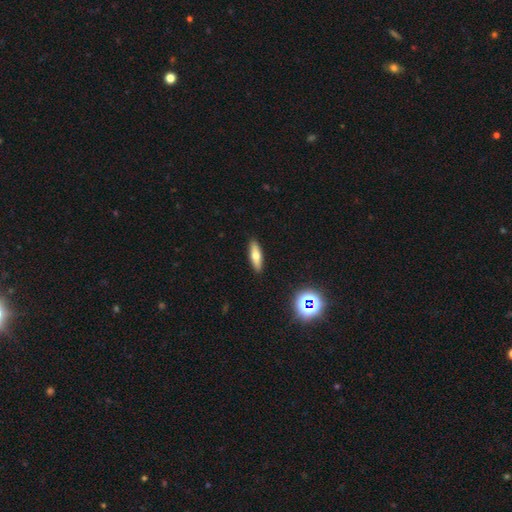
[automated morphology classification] Smooth or featured: smooth — 63% (featured or disk — 28%)
How rounded: cigar-shaped — 54% (in between — 43%)
Merging: none — 90% (minor disturbance — 7%)